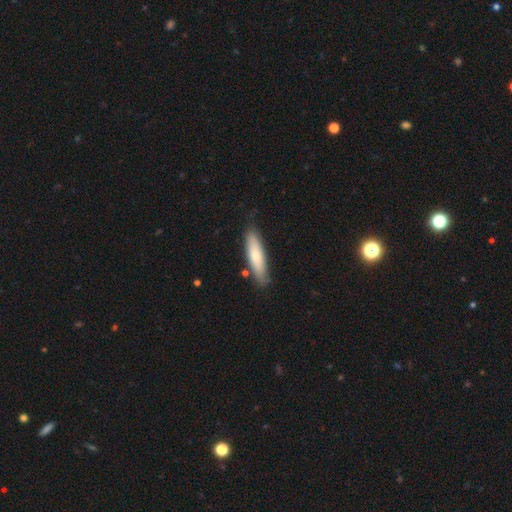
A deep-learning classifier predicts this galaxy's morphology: This is likely a smooth galaxy (74%). How rounded: likely cigar-shaped (73%). Merging: clearly none (81%).